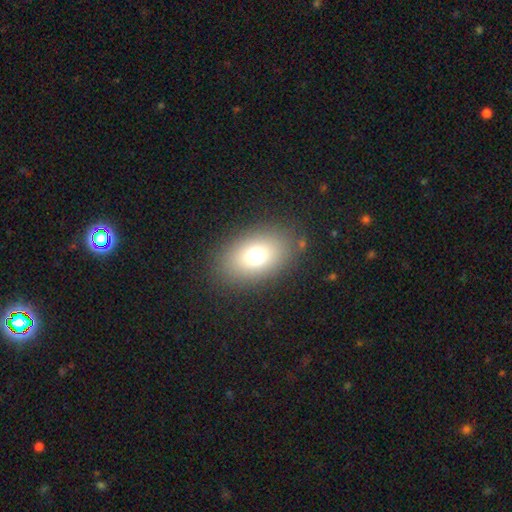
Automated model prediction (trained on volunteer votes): smooth_or_featured: smooth (p=0.74) [alt: featured or disk p=0.14]
how_rounded: in between (p=0.82) [alt: round p=0.17]
merging: none (p=0.85) [alt: minor disturbance p=0.10]